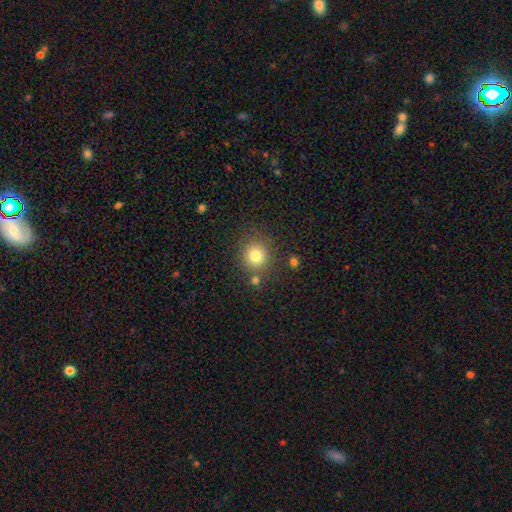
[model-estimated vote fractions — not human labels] This appears to be a smooth galaxy with no disk features (80%) that is round (89%). Merging: none (79%).